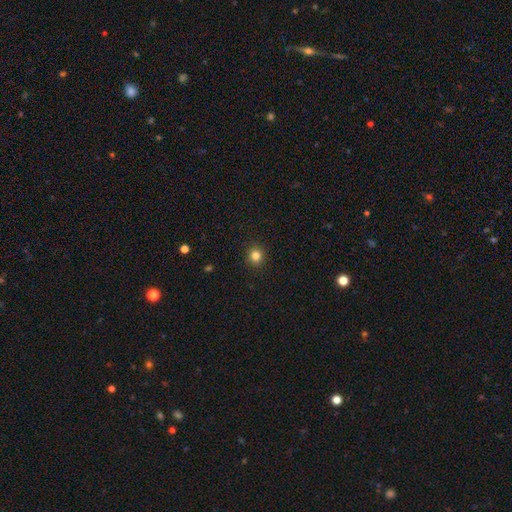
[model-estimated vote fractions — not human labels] Overall: smooth (82%). How rounded: round (89%). Merging: none (92%).